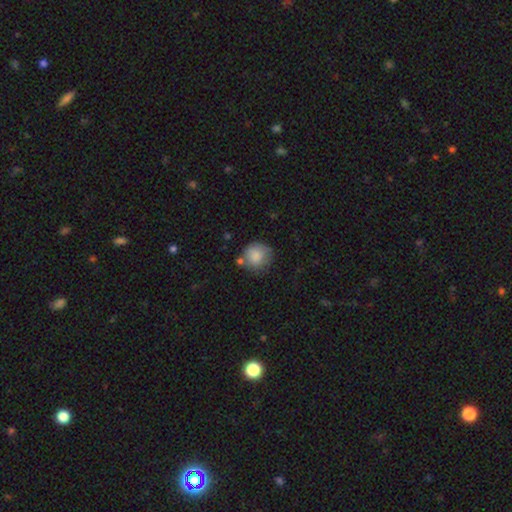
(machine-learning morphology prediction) Smooth or featured? smooth (85%)
How rounded? round (91%)
Merging? none (69%)